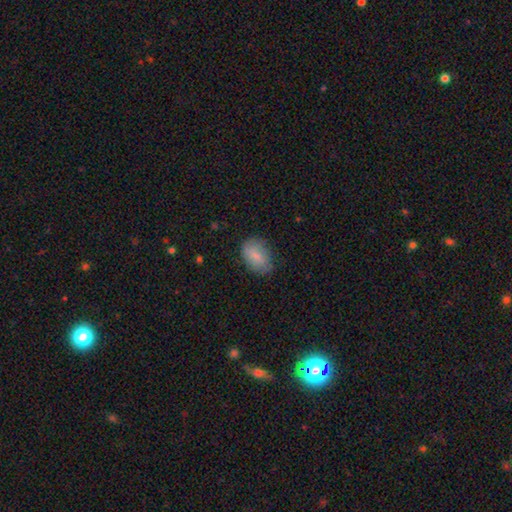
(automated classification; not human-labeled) Smooth or featured? Predicted: smooth (p=0.82). How rounded? Predicted: in between (p=0.86). Merging? Predicted: none (p=0.75).